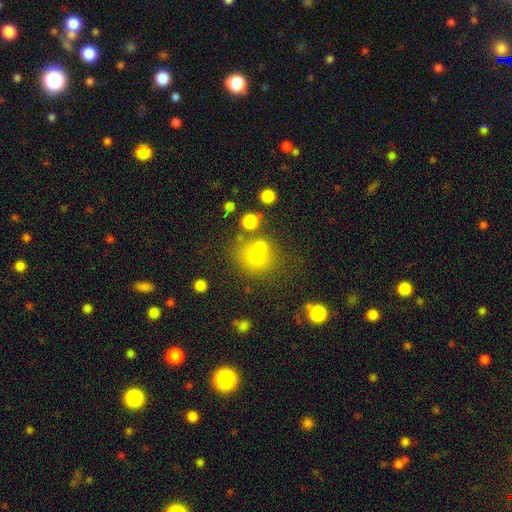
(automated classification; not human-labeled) smooth 68%, star or artifact 17%, featured or disk 15%. Down the decision tree: how rounded — round (84%); merging — none (54%).